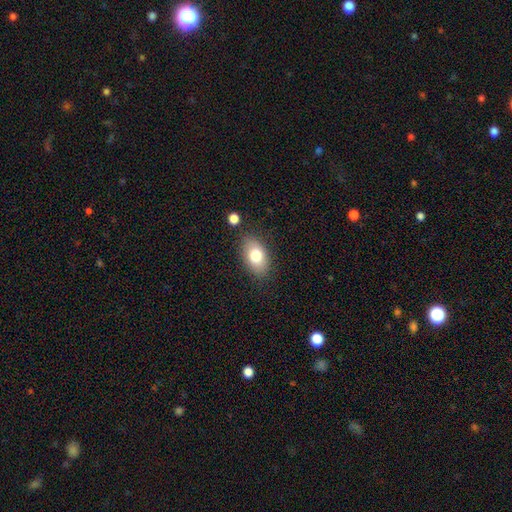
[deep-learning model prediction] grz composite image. It shows a smooth galaxy with no disk features (77%) that is in between round and cigar-shaped (89%). Merging: none (81%).